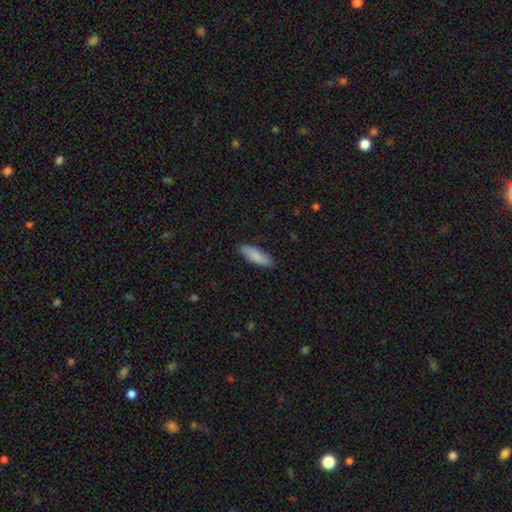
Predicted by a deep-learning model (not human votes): This appears to be a smooth galaxy with no disk features (86%) that is in between round and cigar-shaped (50%). Merging: none (87%).